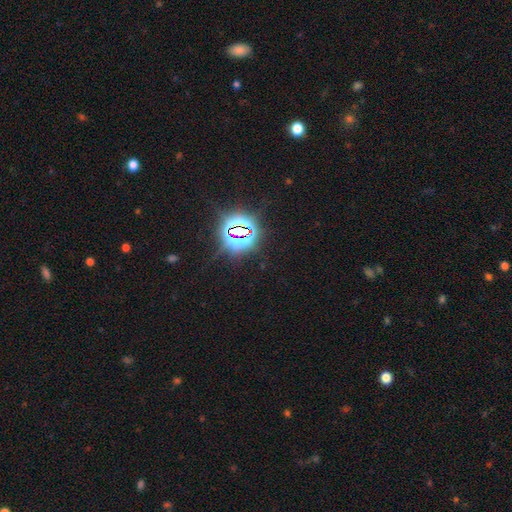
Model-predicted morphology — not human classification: type=star or artifact (83%).